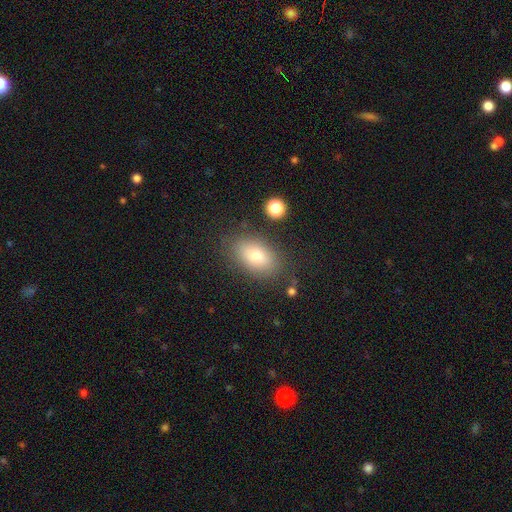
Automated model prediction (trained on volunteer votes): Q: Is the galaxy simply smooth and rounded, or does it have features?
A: smooth — 78%.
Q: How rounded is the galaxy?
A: in between — 89%.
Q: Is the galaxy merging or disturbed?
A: none — 79%.